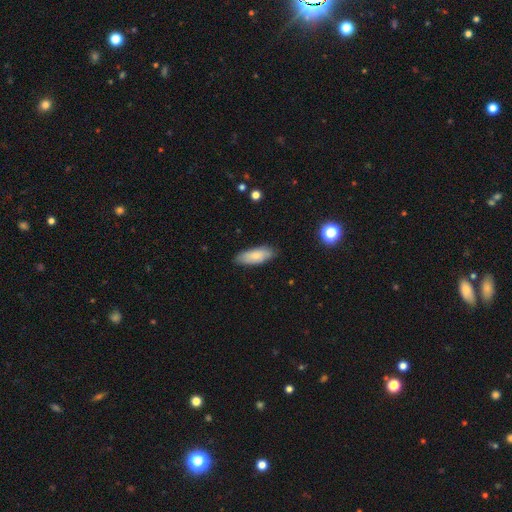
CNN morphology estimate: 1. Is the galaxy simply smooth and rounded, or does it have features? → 77% smooth, 16% featured or disk, 6% star or artifact.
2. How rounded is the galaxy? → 73% in between, 25% cigar-shaped, 2% round.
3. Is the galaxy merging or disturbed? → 83% none, 14% minor disturbance, 2% major disturbance, 1% merger.